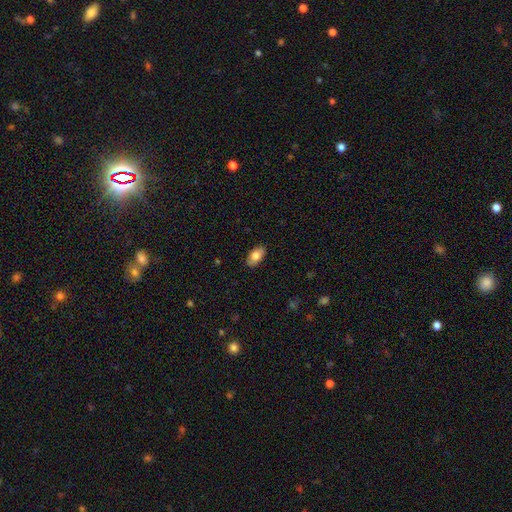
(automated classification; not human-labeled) smooth-or-featured: smooth: 81% | featured or disk: 13% | star or artifact: 6%
  how-rounded: in between: 93% | round: 3% | cigar-shaped: 3%
  merging: none: 88% | minor disturbance: 9% | major disturbance: 2% | merger: 1%